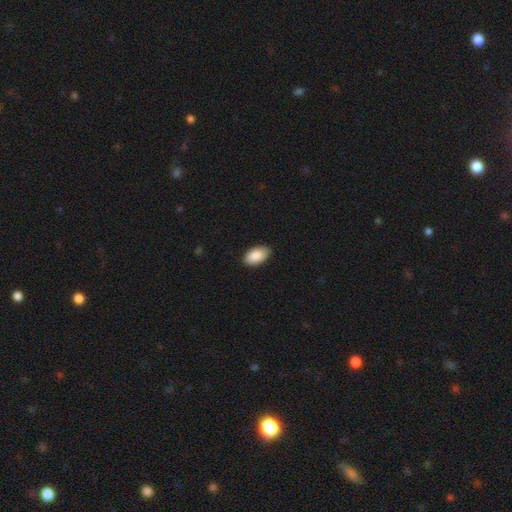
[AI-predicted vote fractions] The model was most divided on "merging": none: 88%, minor disturbance: 10%, major disturbance: 2%, merger: 1%. More confident: how rounded — in between (95%); smooth or featured — smooth (89%).